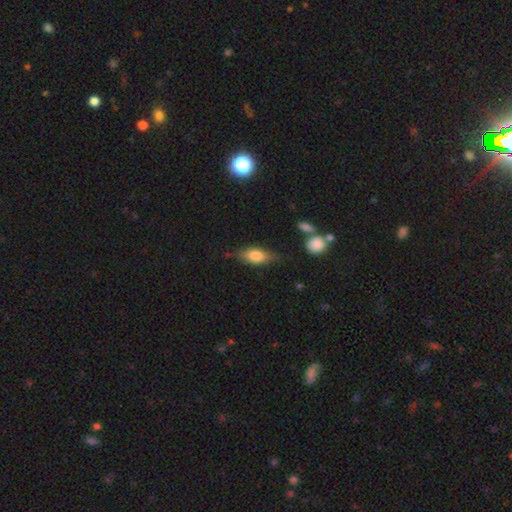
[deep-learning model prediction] smooth-or-featured: smooth: 72% | featured or disk: 21% | star or artifact: 7%
  how-rounded: in between: 78% | cigar-shaped: 17% | round: 4%
  merging: none: 67% | minor disturbance: 23% | major disturbance: 6% | merger: 4%